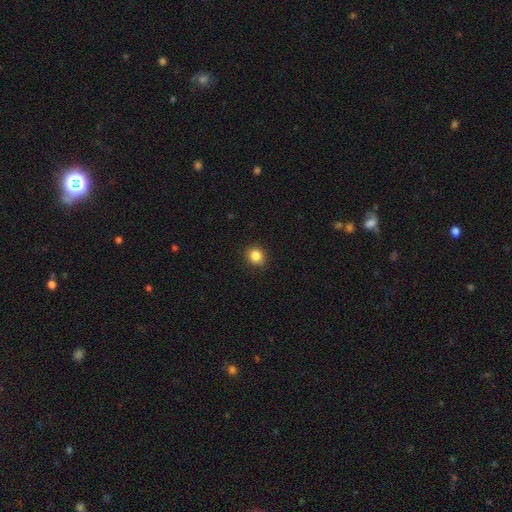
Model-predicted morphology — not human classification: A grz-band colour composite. It shows a smooth galaxy with no disk features (85%) that is round (79%). Merging: none (89%).